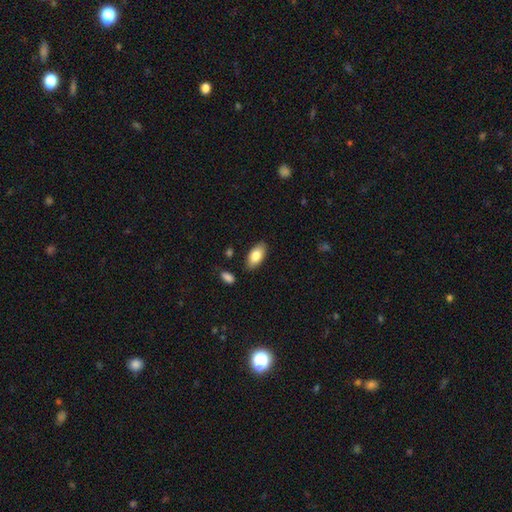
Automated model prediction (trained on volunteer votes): smooth 82%, featured or disk 12%, star or artifact 6%. Down the decision tree: how rounded — in between (92%); merging — none (85%).